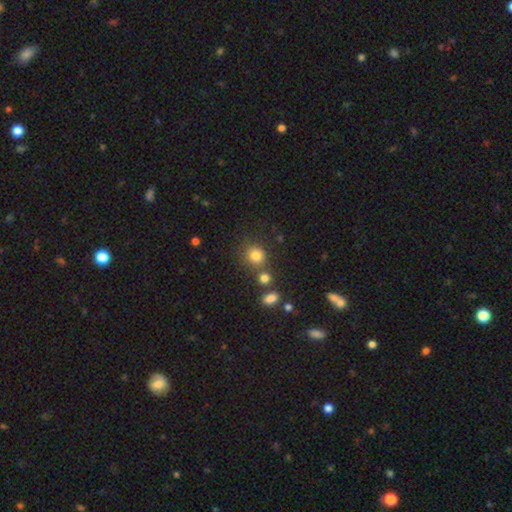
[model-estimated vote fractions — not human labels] Smooth or featured? Predicted: smooth (p=0.80). How rounded? Predicted: round (p=0.84). Merging? Predicted: none (p=0.69).